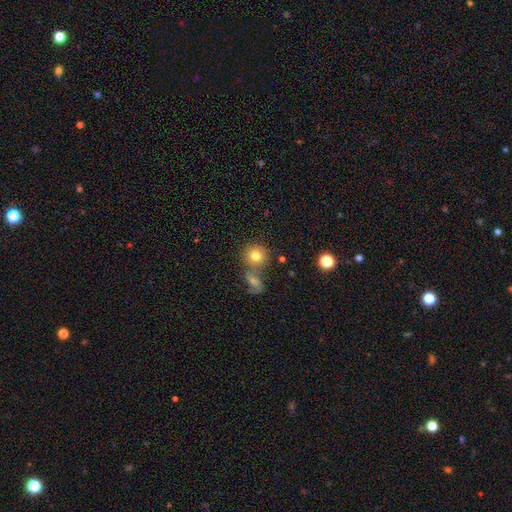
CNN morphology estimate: Smooth or featured?
  - smooth: 78% *
  - featured or disk: 12%
  - star or artifact: 10%
How rounded?
  - round: 87% *
  - in between: 12%
  - cigar-shaped: 1%
Merging?
  - none: 58% *
  - merger: 28%
  - minor disturbance: 9%
  - major disturbance: 5%